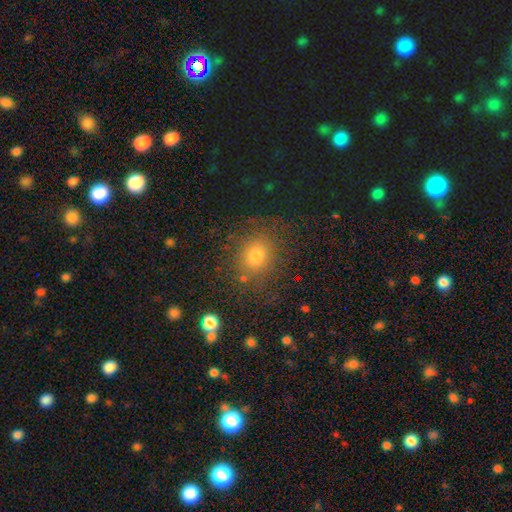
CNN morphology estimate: Smooth or featured? smooth (72%)
How rounded? round (73%)
Merging? none (82%)